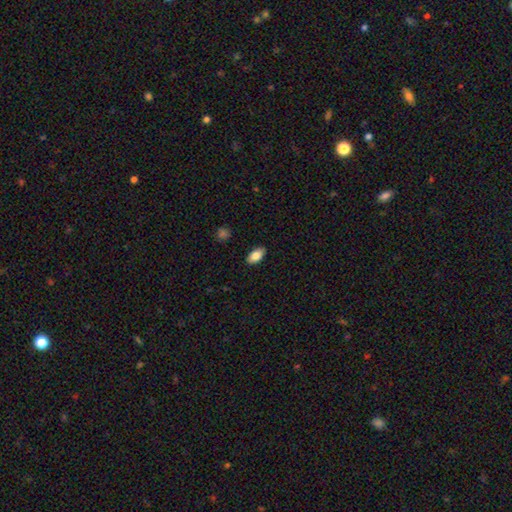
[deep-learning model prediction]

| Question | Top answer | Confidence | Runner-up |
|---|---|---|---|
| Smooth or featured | smooth | 85% | featured or disk (8%) |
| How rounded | in between | 93% | round (4%) |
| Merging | none | 88% | minor disturbance (9%) |